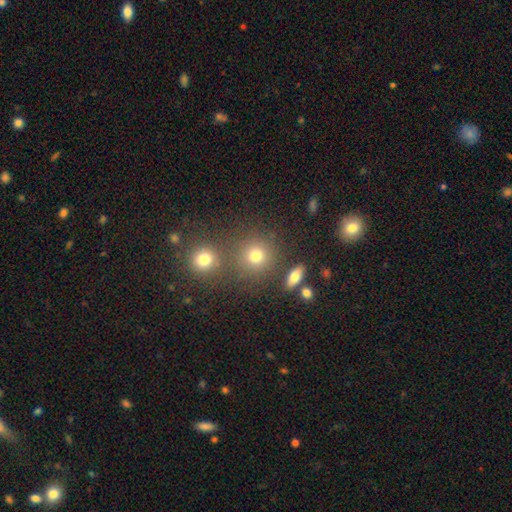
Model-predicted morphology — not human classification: smooth-or-featured: smooth: 76% | star or artifact: 15% | featured or disk: 8%
  how-rounded: round: 87% | in between: 11% | cigar-shaped: 1%
  merging: none: 74% | merger: 13% | minor disturbance: 9% | major disturbance: 4%